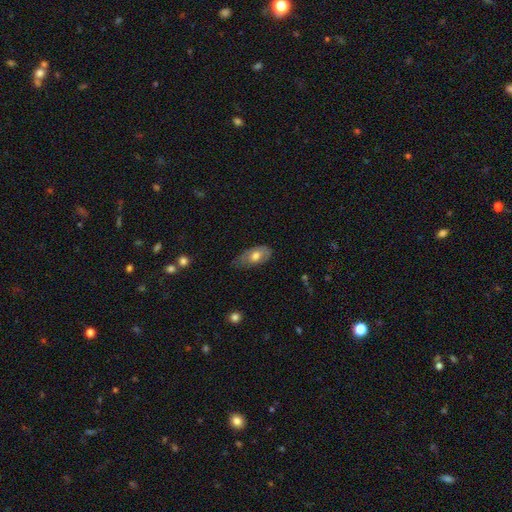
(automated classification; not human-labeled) Smooth or featured: smooth — 64% (featured or disk — 29%)
How rounded: in between — 90% (cigar-shaped — 5%)
Merging: none — 50% (minor disturbance — 39%)